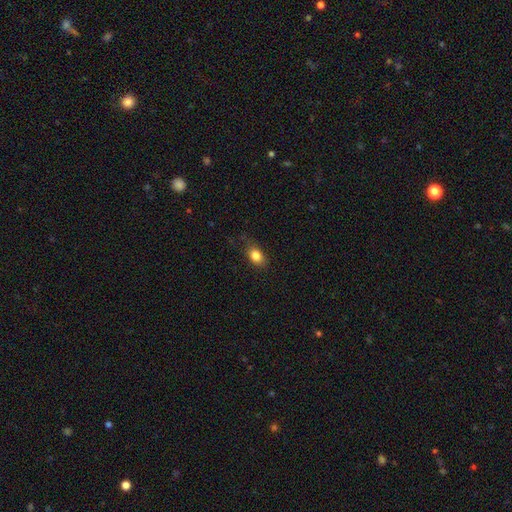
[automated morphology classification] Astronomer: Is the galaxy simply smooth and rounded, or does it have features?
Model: smooth — 84%.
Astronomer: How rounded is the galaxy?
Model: in between — 81%.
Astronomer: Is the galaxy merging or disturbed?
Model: none — 73%.